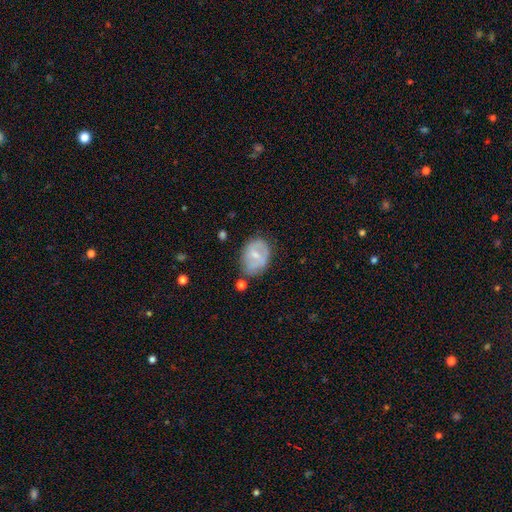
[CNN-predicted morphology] Smooth or featured? Predicted: smooth (p=0.48). Merging? Predicted: none (p=0.57).